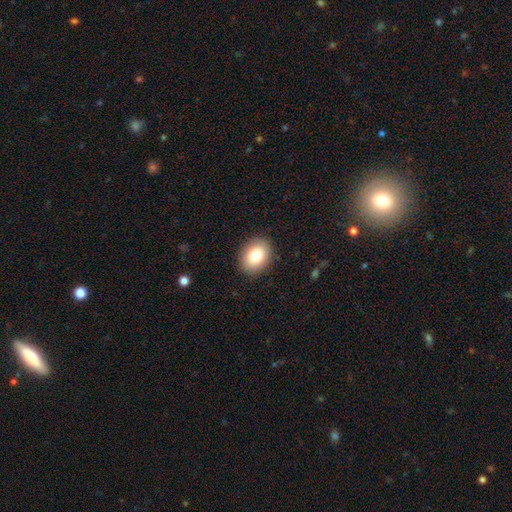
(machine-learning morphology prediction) Smooth or featured?
  - smooth: 81% *
  - featured or disk: 11%
  - star or artifact: 8%
How rounded?
  - in between: 63% *
  - round: 36%
  - cigar-shaped: 1%
Merging?
  - none: 89% *
  - minor disturbance: 8%
  - major disturbance: 2%
  - merger: 1%